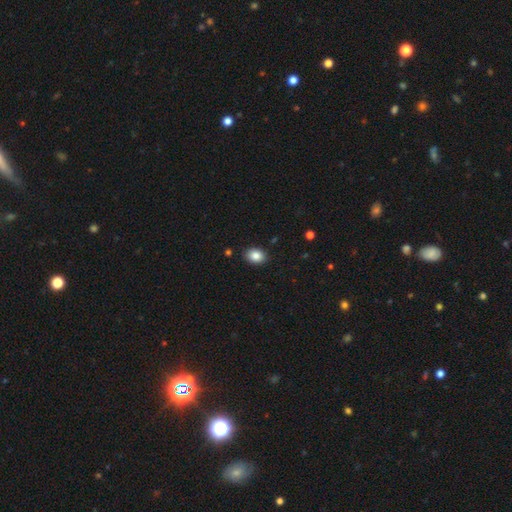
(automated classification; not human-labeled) Smooth or featured? Predicted: smooth (p=0.86). How rounded? Predicted: in between (p=0.68). Merging? Predicted: none (p=0.89).